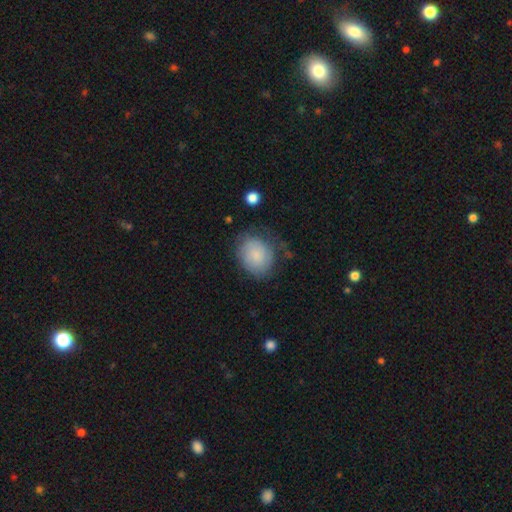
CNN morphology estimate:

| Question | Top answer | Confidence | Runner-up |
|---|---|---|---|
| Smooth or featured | smooth | 73% | featured or disk (19%) |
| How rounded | round | 59% | in between (41%) |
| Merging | none | 62% | minor disturbance (25%) |